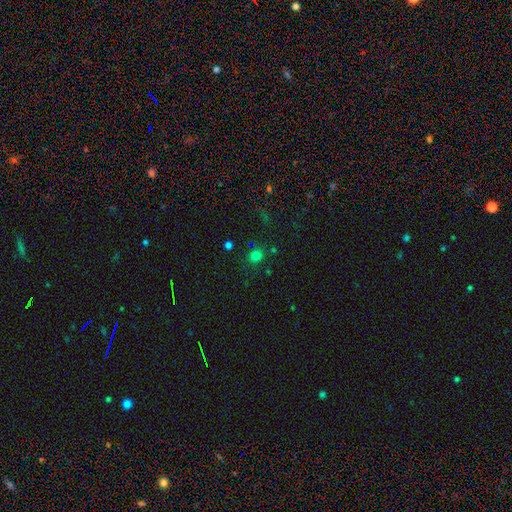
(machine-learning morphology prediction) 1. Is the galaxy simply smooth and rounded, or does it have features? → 74% smooth, 20% star or artifact, 5% featured or disk.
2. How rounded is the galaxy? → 78% round, 21% in between, 1% cigar-shaped.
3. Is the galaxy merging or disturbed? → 82% none, 10% minor disturbance, 4% merger, 4% major disturbance.